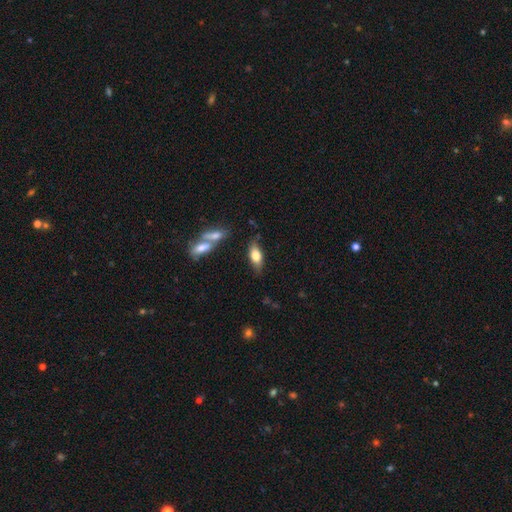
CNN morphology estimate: smooth-or-featured: smooth: 73% | featured or disk: 20% | star or artifact: 7%
  how-rounded: in between: 81% | cigar-shaped: 16% | round: 3%
  merging: none: 71% | minor disturbance: 18% | merger: 7% | major disturbance: 4%